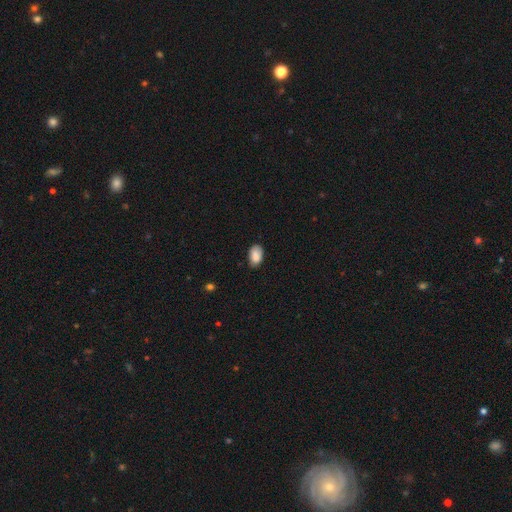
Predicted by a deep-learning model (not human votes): This is clearly a smooth galaxy (87%). How rounded: clearly in between (92%). Merging: likely none (77%).